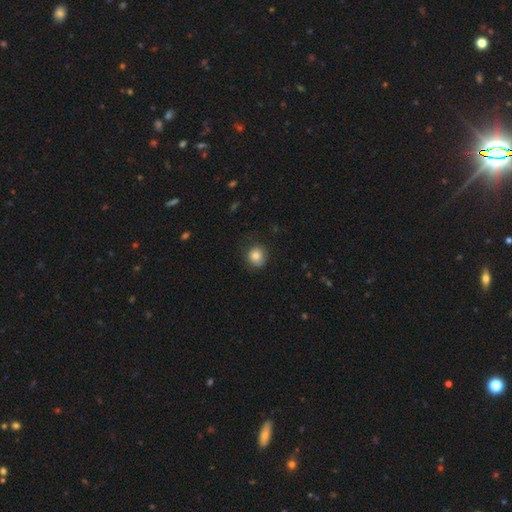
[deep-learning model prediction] smooth_or_featured: smooth (p=0.80) [alt: featured or disk p=0.11]
how_rounded: round (p=0.86) [alt: in between p=0.13]
merging: none (p=0.78) [alt: minor disturbance p=0.17]